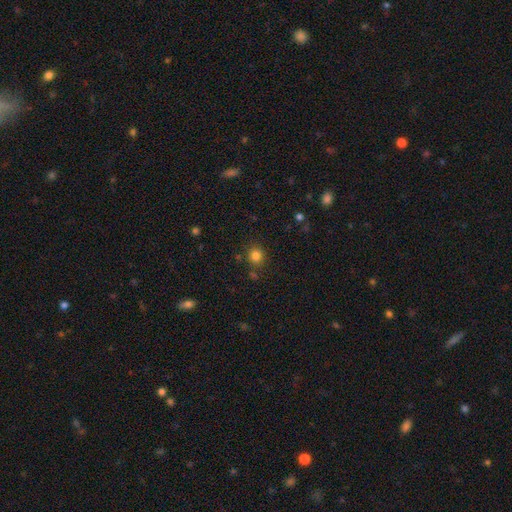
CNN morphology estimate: smooth 81%, star or artifact 13%, featured or disk 5%. Down the decision tree: how rounded — round (90%); merging — none (84%).